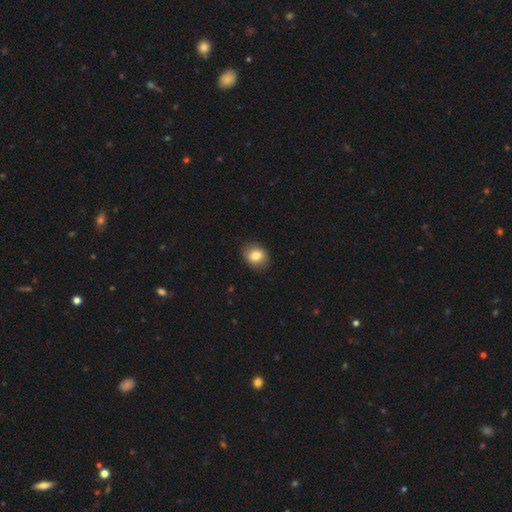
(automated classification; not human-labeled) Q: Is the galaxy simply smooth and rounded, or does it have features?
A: smooth — 82%.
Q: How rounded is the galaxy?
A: round — 51%.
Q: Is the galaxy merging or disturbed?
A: none — 86%.